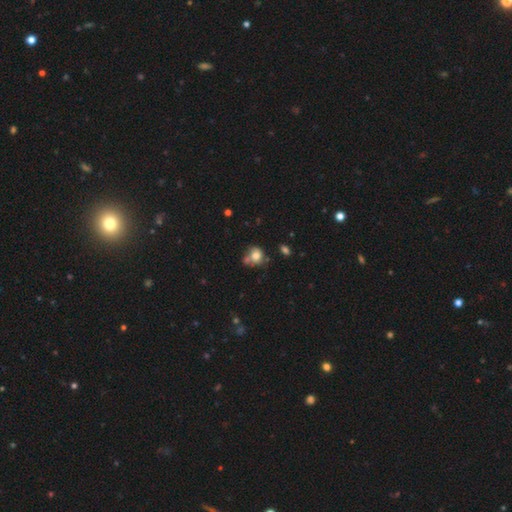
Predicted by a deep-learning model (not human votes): This appears to be a smooth galaxy with no disk features (75%) that is round (67%). Merging: none (44%).